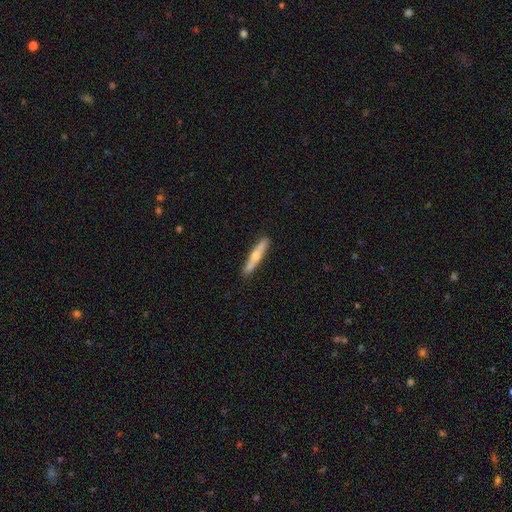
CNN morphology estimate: The model was most divided on "smooth or featured": featured or disk: 57%, smooth: 37%, star or artifact: 6%. More confident: edge-on disk — yes (92%); merging — none (88%); edge-on bulge — rounded (88%).